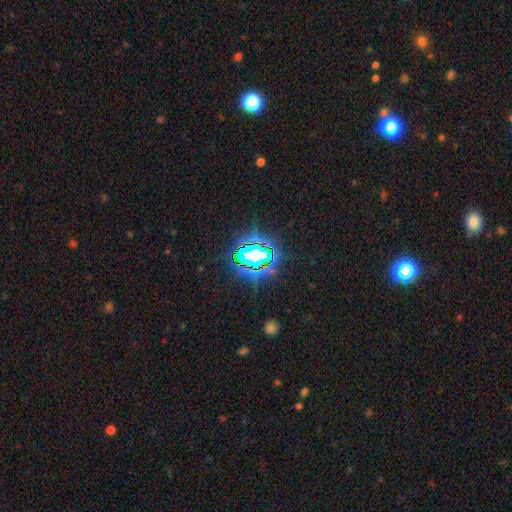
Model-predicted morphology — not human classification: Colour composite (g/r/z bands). It shows a star or artifact, not a galaxy (74%).